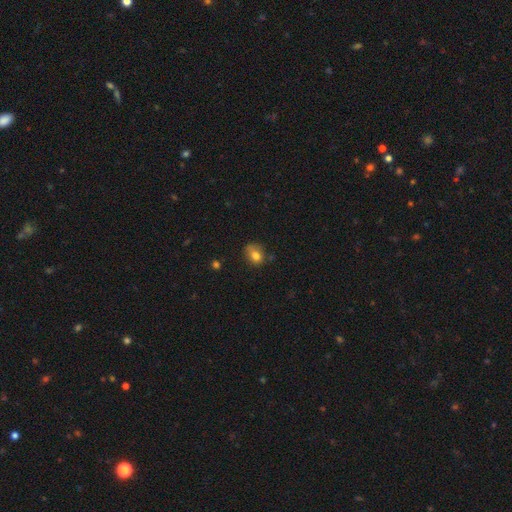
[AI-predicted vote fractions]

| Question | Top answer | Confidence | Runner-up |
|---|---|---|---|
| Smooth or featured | smooth | 77% | featured or disk (12%) |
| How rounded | in between | 51% | round (48%) |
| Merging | none | 52% | minor disturbance (32%) |